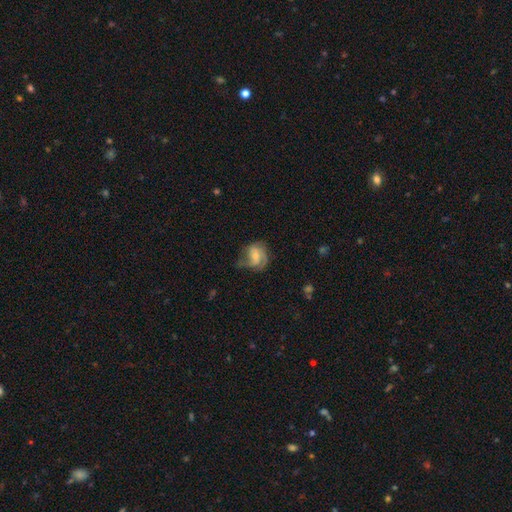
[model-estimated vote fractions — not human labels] This is likely a featured or disk galaxy (63%). It is clearly not viewed edge-on (97%). Bar: possibly no (55%). Spiral arm pattern: clearly yes (88%). Spiral arm count: marginally 2 (34%). Spiral winding: marginally medium (44%). Central bulge: possibly small (47%). Merging: possibly none (47%).